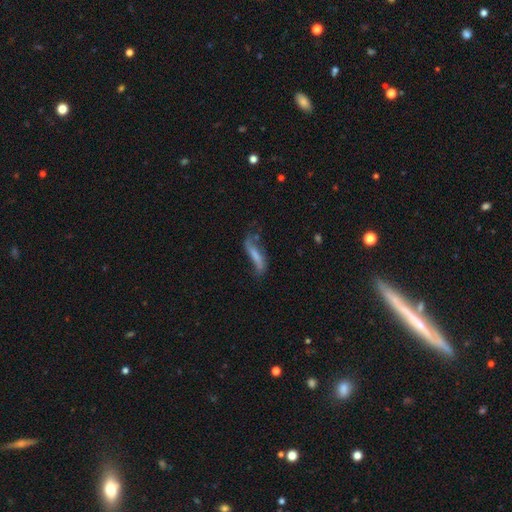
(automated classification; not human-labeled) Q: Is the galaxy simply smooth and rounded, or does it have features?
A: smooth — 51%.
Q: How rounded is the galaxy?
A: cigar-shaped — 77%.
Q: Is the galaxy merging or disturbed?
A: none — 41%.